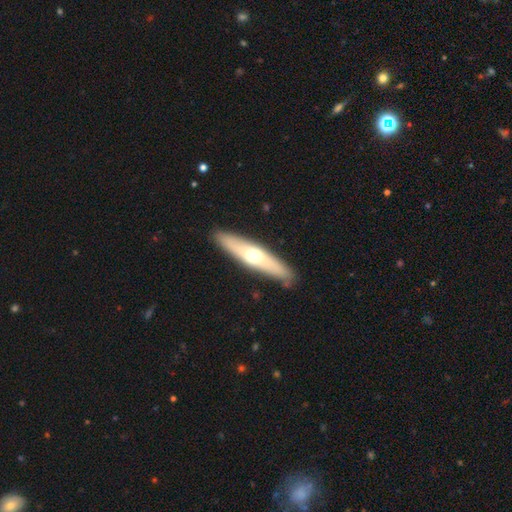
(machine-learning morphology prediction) Overall: featured or disk (52%; smooth 43%). Edge-on disk: yes (80%). Merging: none (89%).